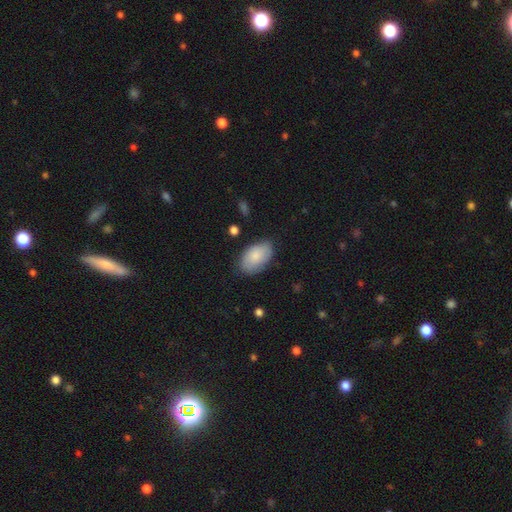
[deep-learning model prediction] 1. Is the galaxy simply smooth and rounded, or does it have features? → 79% smooth, 15% featured or disk, 6% star or artifact.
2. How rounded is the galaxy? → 93% in between, 5% round, 1% cigar-shaped.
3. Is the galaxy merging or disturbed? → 77% none, 18% minor disturbance, 4% major disturbance, 2% merger.